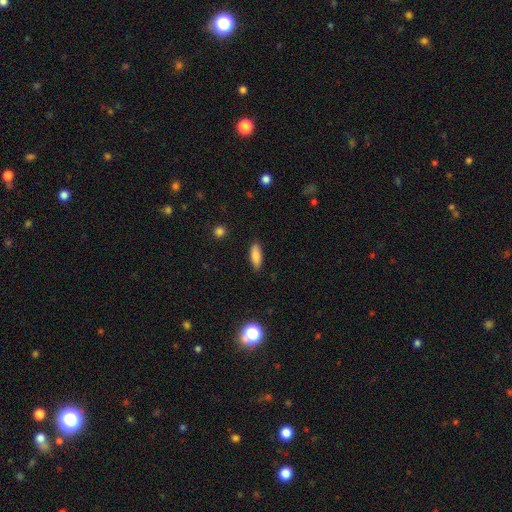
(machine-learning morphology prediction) The model was most divided on "how rounded": in between: 62%, cigar-shaped: 36%, round: 2%. More confident: merging — none (88%); smooth or featured — smooth (85%).